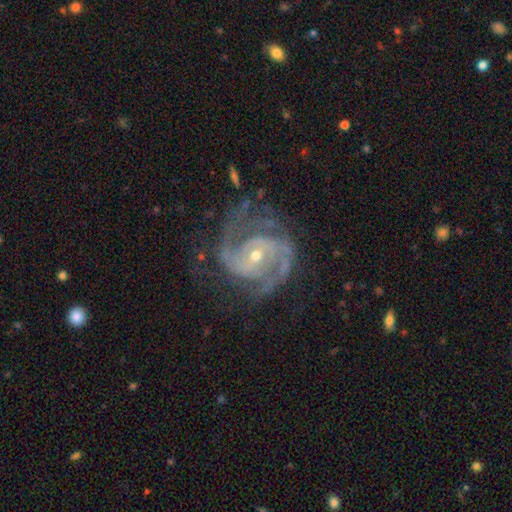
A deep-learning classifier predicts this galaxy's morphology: featured or disk 92%, star or artifact 5%, smooth 3%. Down the decision tree: edge-on disk — no (98%); bar — no (52%); spiral arms — yes (98%); spiral arm count — 2 (65%); spiral winding — medium (47%); bulge size — small (54%); merging — none (66%).